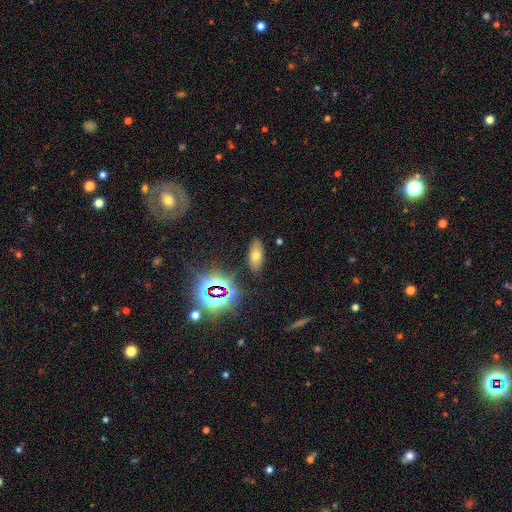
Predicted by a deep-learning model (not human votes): smooth 59%, star or artifact 23%, featured or disk 17%. Down the decision tree: how rounded — in between (86%); merging — none (86%).